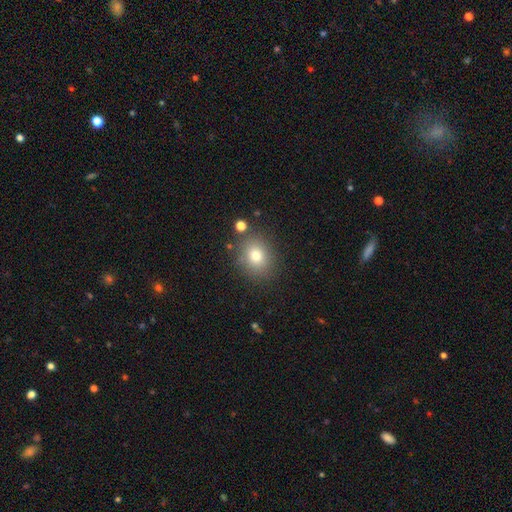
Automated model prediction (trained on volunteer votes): Morphology: type=smooth (77%); roundness=round (60%); merging=none (82%).